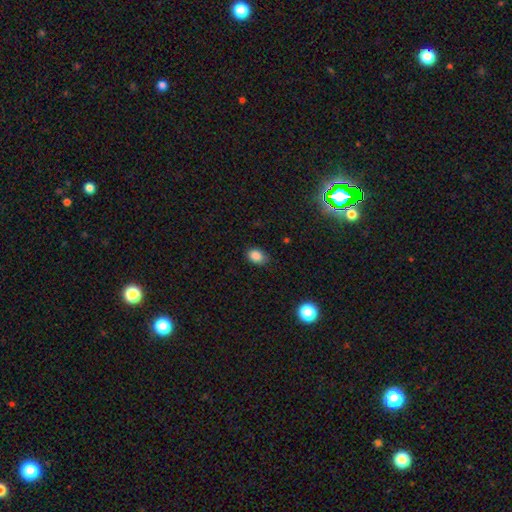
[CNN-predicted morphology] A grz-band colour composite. It shows a smooth galaxy with no disk features (85%) that is in between round and cigar-shaped (72%). Merging: none (77%).